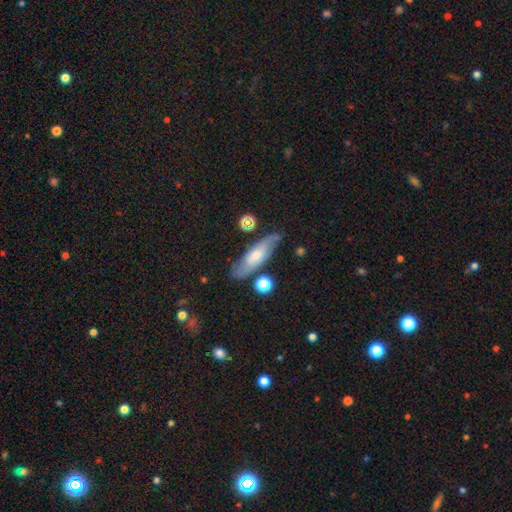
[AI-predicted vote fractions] The model was most divided on "smooth or featured": featured or disk: 48%, smooth: 45%, star or artifact: 7%. More confident: merging — none (74%).